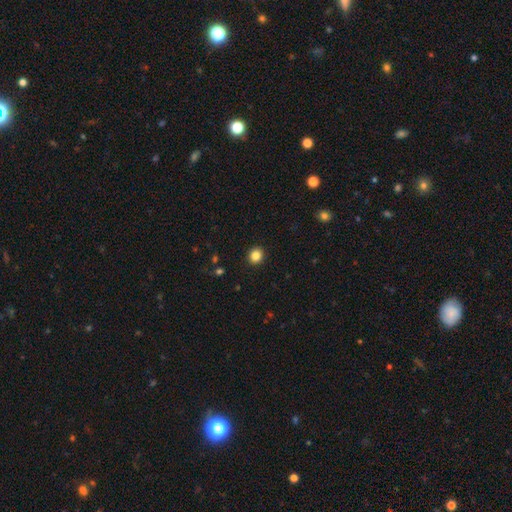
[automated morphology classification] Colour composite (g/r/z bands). It shows a smooth galaxy with no disk features (84%) that is round (84%). Merging: none (92%).